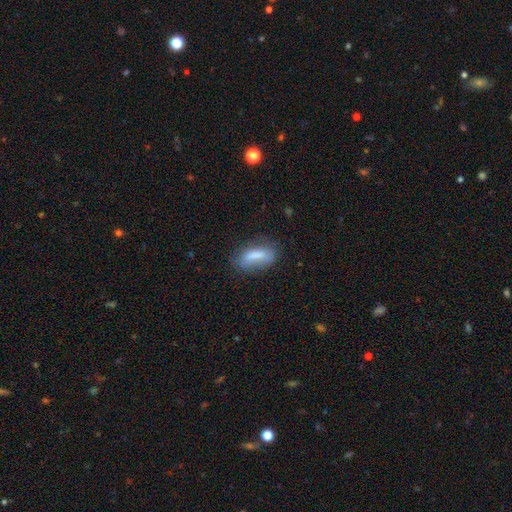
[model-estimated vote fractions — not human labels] Smooth or featured?
  - smooth: 71% *
  - featured or disk: 20%
  - star or artifact: 9%
How rounded?
  - in between: 65% *
  - cigar-shaped: 31%
  - round: 3%
Merging?
  - none: 62% *
  - minor disturbance: 25%
  - major disturbance: 10%
  - merger: 3%